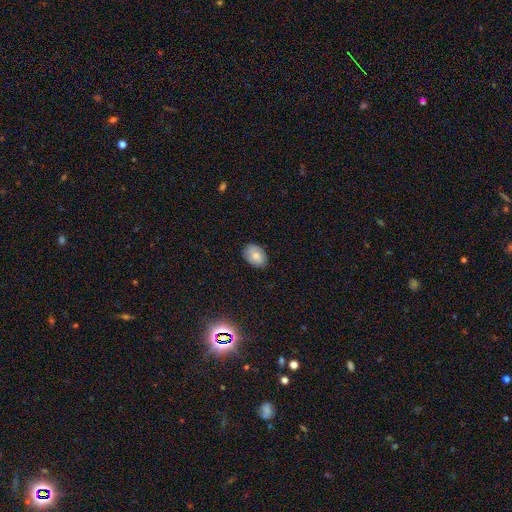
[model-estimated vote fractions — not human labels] smooth-or-featured: smooth: 72% | featured or disk: 19% | star or artifact: 9%
  how-rounded: in between: 82% | round: 16% | cigar-shaped: 1%
  merging: none: 83% | minor disturbance: 14% | major disturbance: 2% | merger: 1%